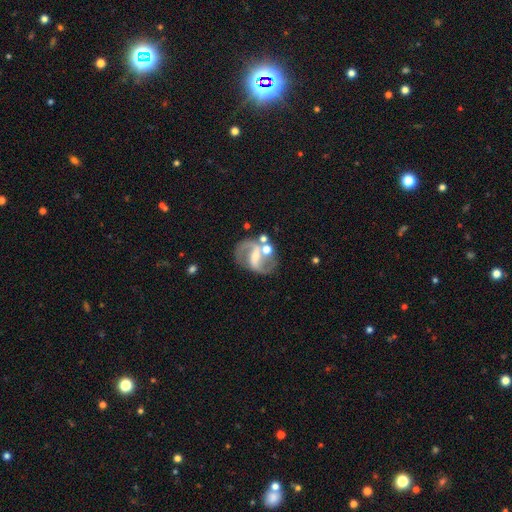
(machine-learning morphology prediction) The model was most divided on "bulge size" (2-way tie): small: 38%, moderate: 38%, none: 15%, large: 7%, dominant: 2%. More confident: edge-on disk — no (97%); spiral arms — yes (92%); spiral arm count — 2 (90%); smooth or featured — featured or disk (84%); merging — none (66%); bar — strong (53%); spiral winding — medium (52%).